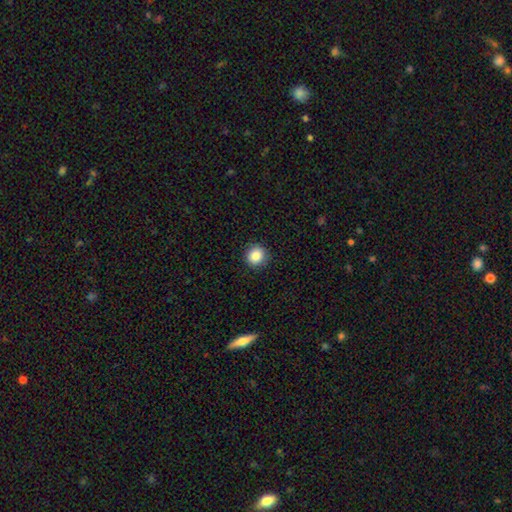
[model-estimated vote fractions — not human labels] Smooth or featured: smooth — 86% (star or artifact — 10%)
How rounded: round — 92% (in between — 8%)
Merging: none — 91% (minor disturbance — 6%)